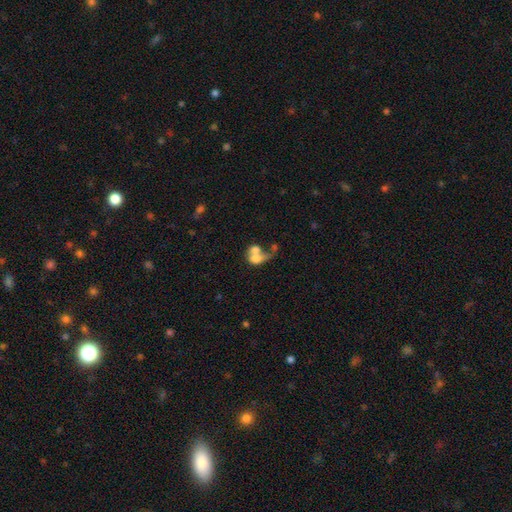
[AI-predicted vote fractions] This appears to be a smooth galaxy with no disk features (59%) that is in between round and cigar-shaped (58%). Merging: merger (67%).